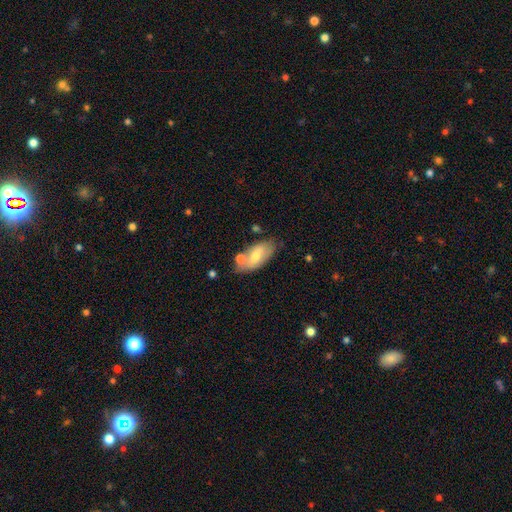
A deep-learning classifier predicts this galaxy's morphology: This appears to be a smooth galaxy with no disk features (61%) that is in between round and cigar-shaped (89%). Merging: none (59%).